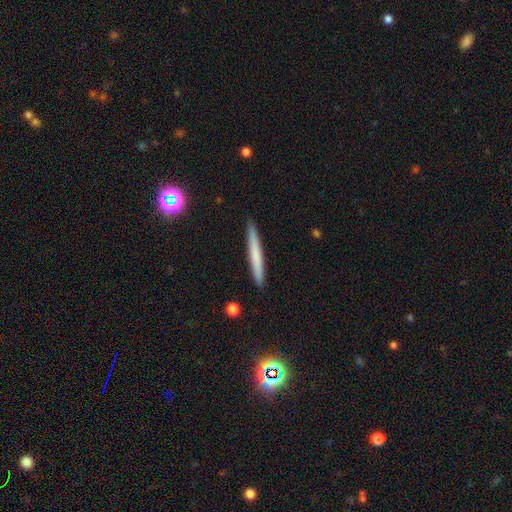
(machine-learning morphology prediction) Q: Smooth or featured?
A: smooth (64%); runner-up: featured or disk (29%)
Q: How rounded?
A: cigar-shaped (97%); runner-up: in between (2%)
Q: Merging?
A: none (92%); runner-up: minor disturbance (6%)